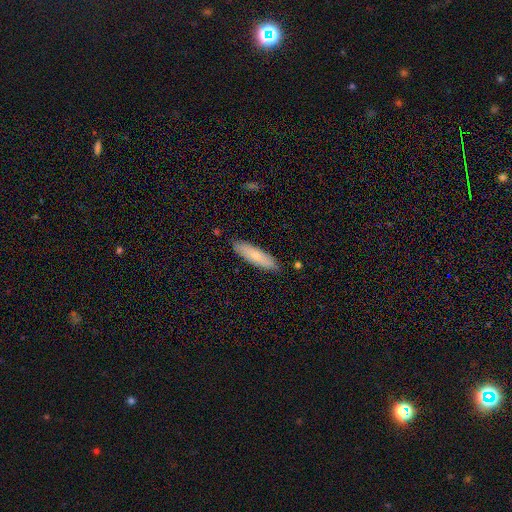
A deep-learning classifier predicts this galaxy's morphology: Smooth or featured: smooth — 71% (featured or disk — 23%)
How rounded: cigar-shaped — 65% (in between — 33%)
Merging: none — 85% (minor disturbance — 11%)